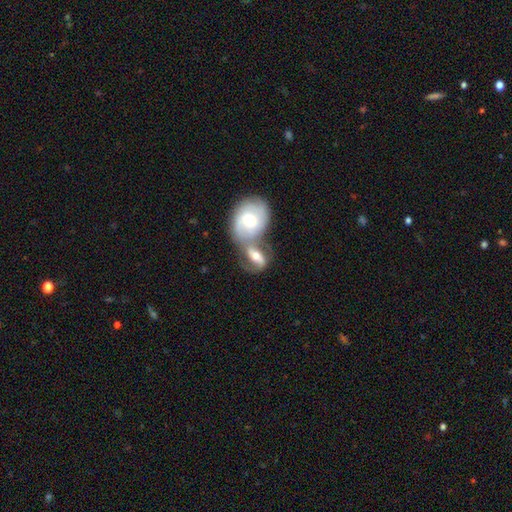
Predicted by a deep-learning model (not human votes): Smooth or featured?
  - featured or disk: 66% *
  - smooth: 28%
  - star or artifact: 6%
Edge-on disk?
  - no: 94% *
  - yes: 6%
Bar?
  - weak: 41% *
  - no: 32%
  - strong: 27%
Spiral arms?
  - yes: 86% *
  - no: 14%
Spiral winding?
  - medium: 47% *
  - loose: 32%
  - tight: 21%
Spiral arm count?
  - 2: 82% *
  - can't tell: 8%
  - 1: 6%
  - 3: 2%
  - 4: 1%
  - more than 4: 1%
Bulge size?
  - moderate: 69% *
  - small: 19%
  - large: 10%
  - none: 2%
  - dominant: 1%
Merging?
  - merger: 67% *
  - none: 20%
  - minor disturbance: 8%
  - major disturbance: 6%